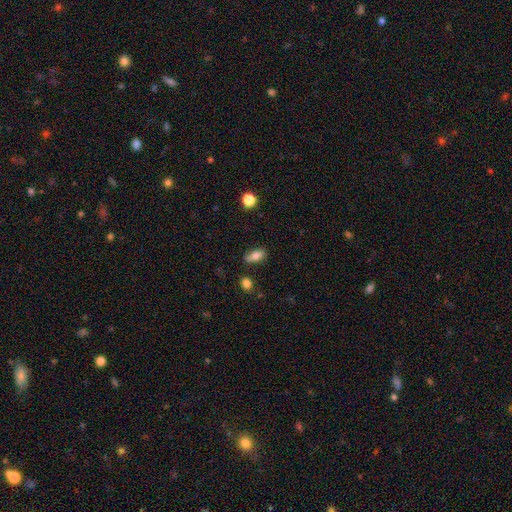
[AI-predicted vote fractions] Smooth or featured?
  - smooth: 77% *
  - featured or disk: 15%
  - star or artifact: 9%
How rounded?
  - in between: 85% *
  - cigar-shaped: 9%
  - round: 6%
Merging?
  - none: 76% *
  - minor disturbance: 16%
  - merger: 4%
  - major disturbance: 3%